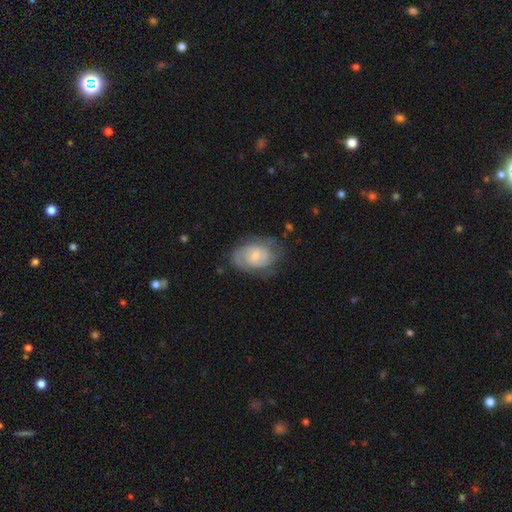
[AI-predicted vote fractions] Overall: featured or disk (67%; smooth 27%). Edge-on disk: no (97%). Bar: no (61%; weak 34%). Spiral arms: yes (87%). Spiral arm count: 2 (48%; can't tell 32%). Spiral winding: tight (52%; medium 37%). Bulge size: small (64%; moderate 30%). Merging: none (67%).